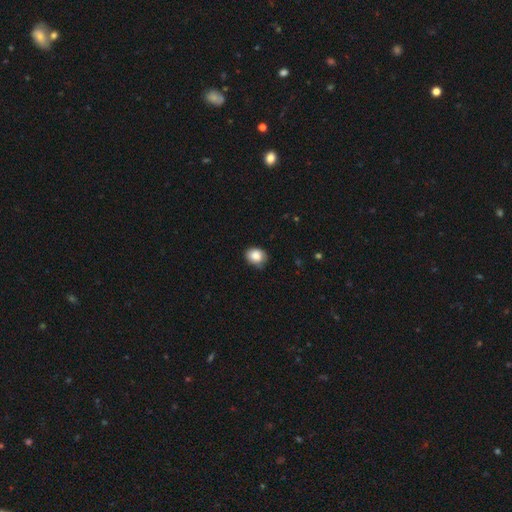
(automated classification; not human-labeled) smooth_or_featured: smooth (p=0.85) [alt: star or artifact p=0.08]
how_rounded: round (p=0.60) [alt: in between p=0.39]
merging: none (p=0.72) [alt: minor disturbance p=0.23]